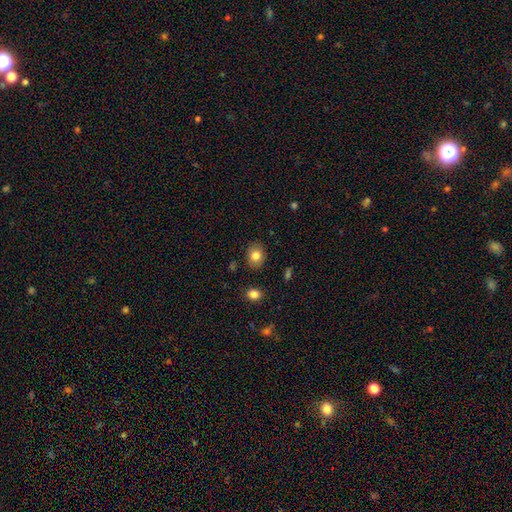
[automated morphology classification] Smooth or featured? smooth (82%)
How rounded? round (52%)
Merging? none (86%)